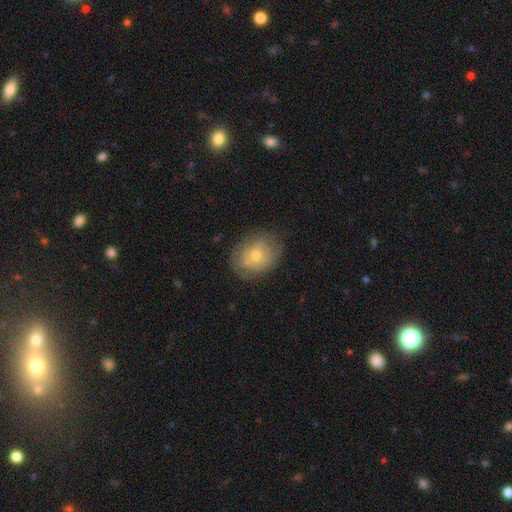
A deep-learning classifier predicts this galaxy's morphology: Overall: smooth (47%; featured or disk 45%). Merging: none (77%).